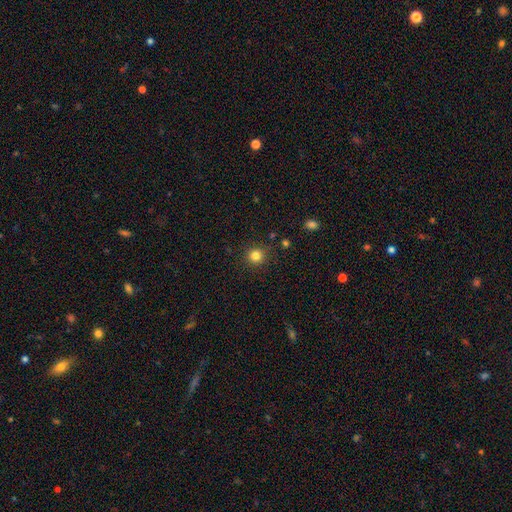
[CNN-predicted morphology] Overall: smooth (83%). How rounded: round (93%). Merging: none (89%).